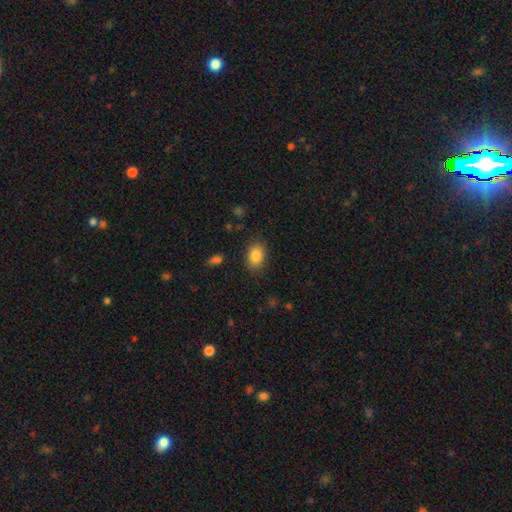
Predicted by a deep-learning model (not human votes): The model was most divided on "how rounded": in between: 73%, round: 26%, cigar-shaped: 1%. More confident: smooth or featured — smooth (85%); merging — none (85%).